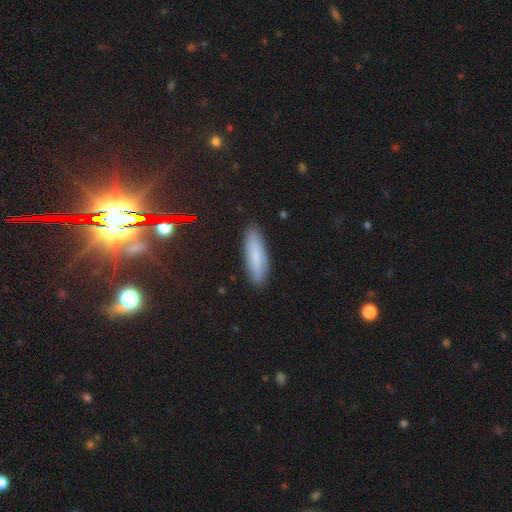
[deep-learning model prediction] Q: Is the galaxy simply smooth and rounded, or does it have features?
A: smooth — 76%.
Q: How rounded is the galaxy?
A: cigar-shaped — 65%.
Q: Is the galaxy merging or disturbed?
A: none — 88%.